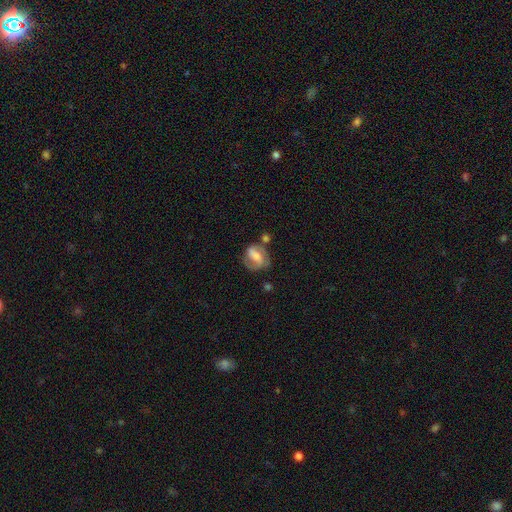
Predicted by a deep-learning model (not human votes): Morphology: type=featured or disk (67%); edge-on=no (97%); bar=weak (42%); spiral arms=yes (86%); winding=medium (47%); arm count=2 (74%); bulge=moderate (44%); merging=none (55%).